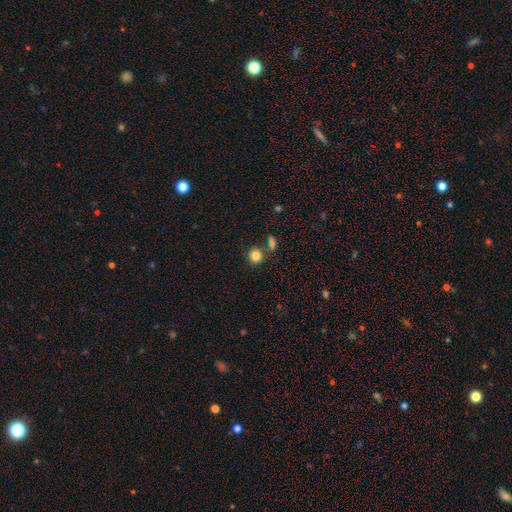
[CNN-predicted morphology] smooth_or_featured: smooth (p=0.83) [alt: star or artifact p=0.10]
how_rounded: round (p=0.89) [alt: in between p=0.10]
merging: none (p=0.75) [alt: merger p=0.13]